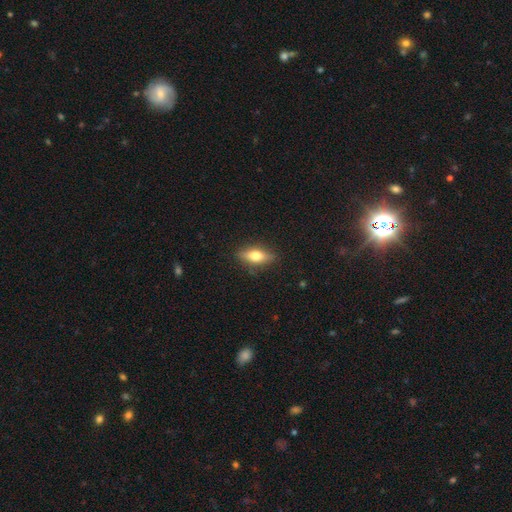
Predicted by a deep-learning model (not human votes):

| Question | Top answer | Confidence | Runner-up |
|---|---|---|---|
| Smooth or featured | smooth | 57% | featured or disk (36%) |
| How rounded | in between | 64% | cigar-shaped (30%) |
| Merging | none | 85% | minor disturbance (11%) |